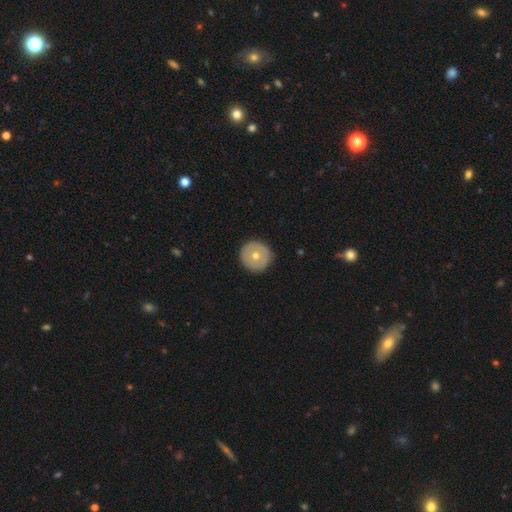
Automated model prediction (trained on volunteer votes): Smooth or featured: smooth — 57% (featured or disk — 36%)
How rounded: round — 95% (in between — 4%)
Merging: none — 90% (minor disturbance — 7%)